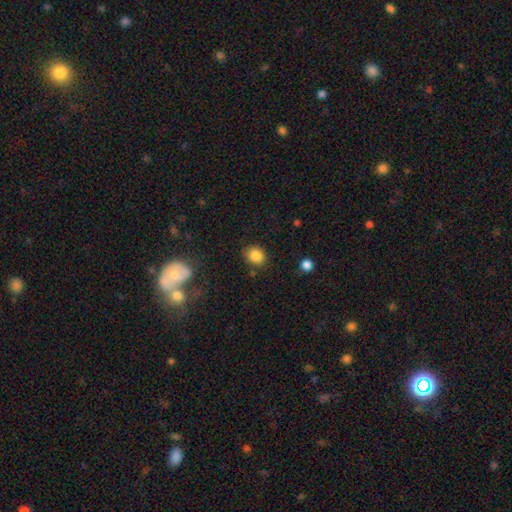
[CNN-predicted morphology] Smooth or featured?
  - smooth: 85% *
  - star or artifact: 10%
  - featured or disk: 5%
How rounded?
  - round: 60% *
  - in between: 39%
  - cigar-shaped: 1%
Merging?
  - none: 80% *
  - minor disturbance: 14%
  - major disturbance: 4%
  - merger: 3%